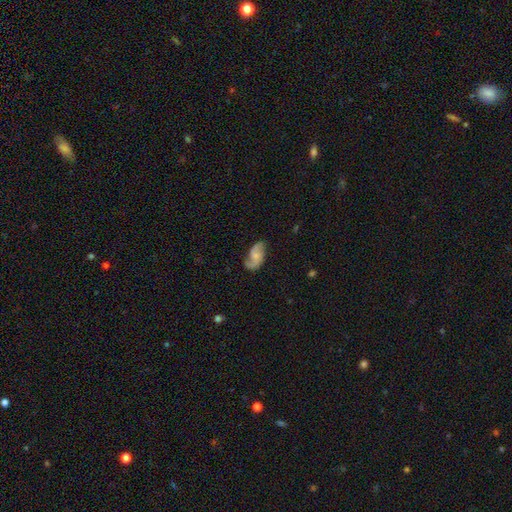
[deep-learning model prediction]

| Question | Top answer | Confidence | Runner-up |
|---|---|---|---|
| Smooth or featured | featured or disk | 73% | smooth (20%) |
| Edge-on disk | no | 97% | yes (3%) |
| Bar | no | 62% | weak (32%) |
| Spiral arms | yes | 94% | no (6%) |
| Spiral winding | loose | 45% | medium (41%) |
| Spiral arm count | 2 | 88% | can't tell (4%) |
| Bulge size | small | 46% | moderate (25%) |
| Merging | none | 68% | minor disturbance (21%) |